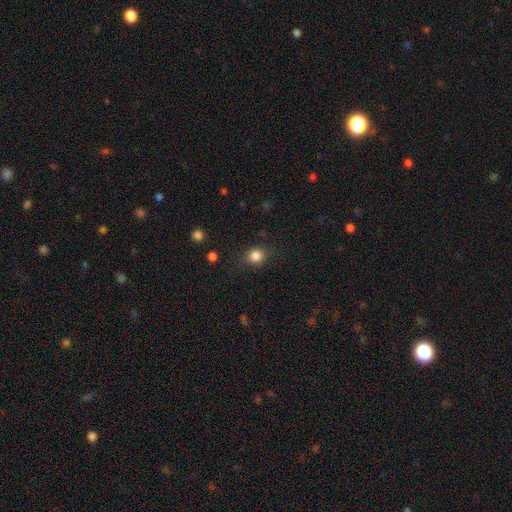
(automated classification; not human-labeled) Smooth or featured? Predicted: smooth (p=0.84). How rounded? Predicted: round (p=0.79). Merging? Predicted: none (p=0.82).